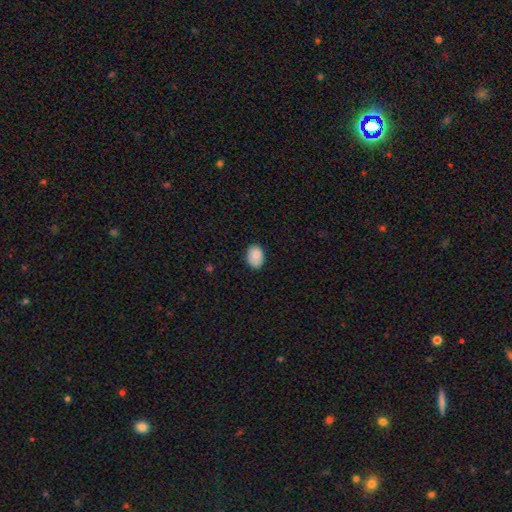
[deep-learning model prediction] The model was most divided on "how rounded": in between: 79%, round: 20%, cigar-shaped: 1%. More confident: smooth or featured — smooth (84%); merging — none (79%).